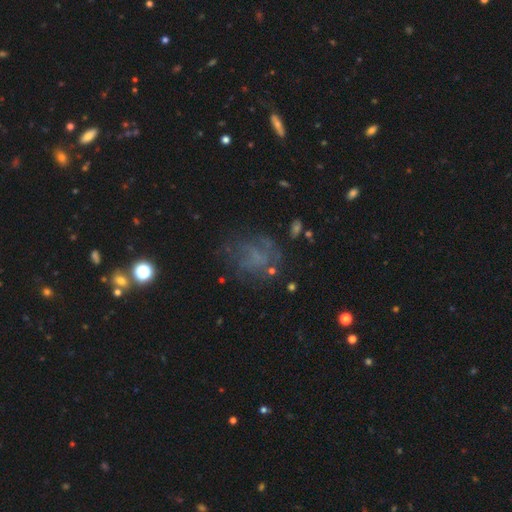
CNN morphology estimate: Q: Smooth or featured?
A: featured or disk (45%); runner-up: smooth (32%)
Q: Merging?
A: none (54%); runner-up: major disturbance (22%)